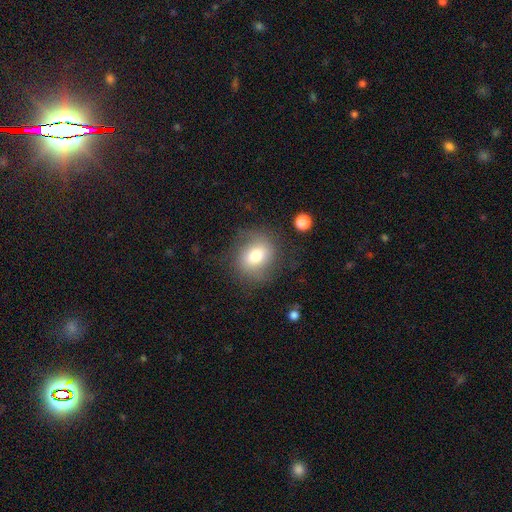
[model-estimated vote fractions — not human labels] A smooth galaxy with no disk features (72%) that is round (63%). Merging: none (71%).